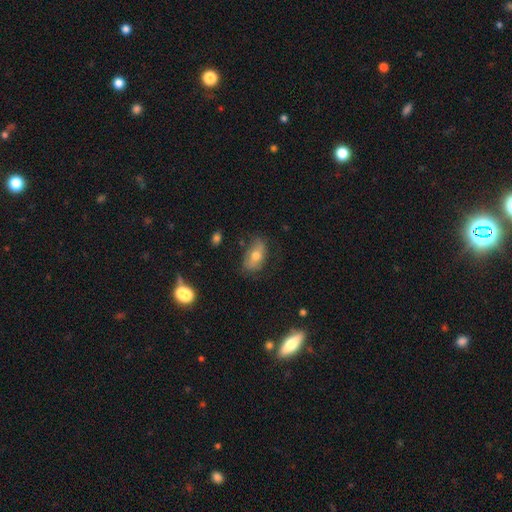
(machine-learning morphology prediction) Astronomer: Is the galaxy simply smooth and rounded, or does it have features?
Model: smooth — 60%.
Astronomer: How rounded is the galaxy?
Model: in between — 87%.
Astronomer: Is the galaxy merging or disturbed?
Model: none — 64%.